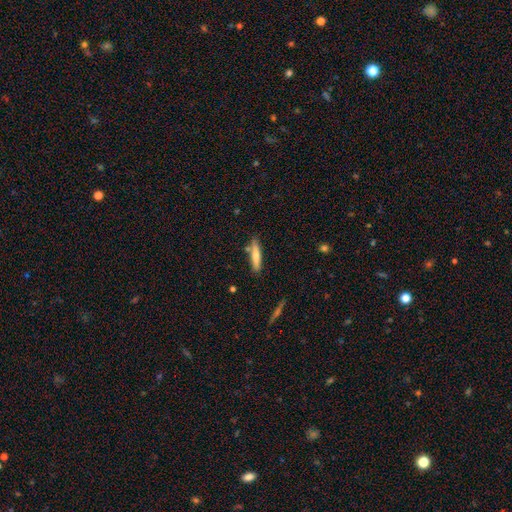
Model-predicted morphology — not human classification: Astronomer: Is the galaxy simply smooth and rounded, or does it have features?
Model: smooth — 71%.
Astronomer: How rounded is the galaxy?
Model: cigar-shaped — 84%.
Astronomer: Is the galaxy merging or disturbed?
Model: none — 78%.